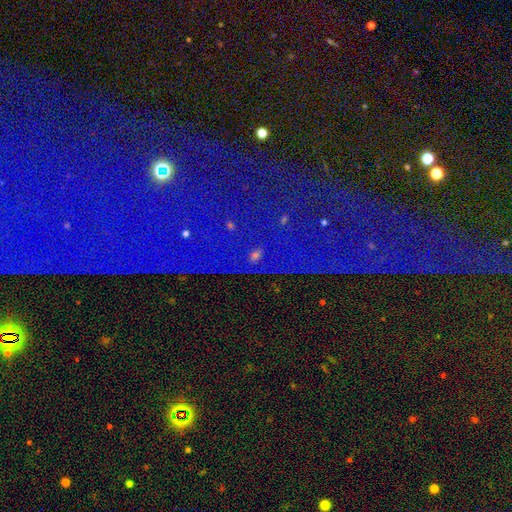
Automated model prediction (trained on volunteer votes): star or artifact 84%, featured or disk 8%, smooth 8%.